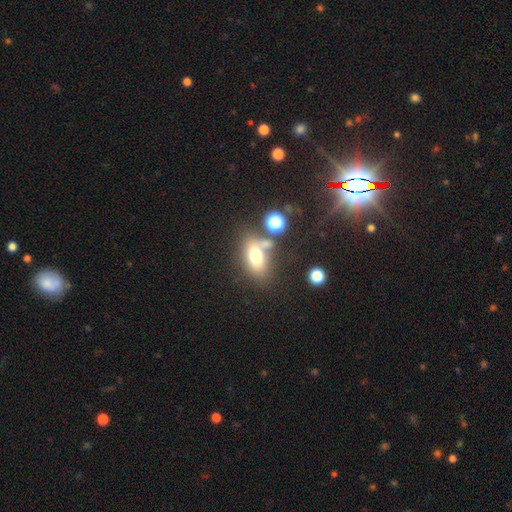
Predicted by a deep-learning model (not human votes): Smooth or featured? Predicted: smooth (p=0.69). How rounded? Predicted: in between (p=0.79). Merging? Predicted: none (p=0.51).